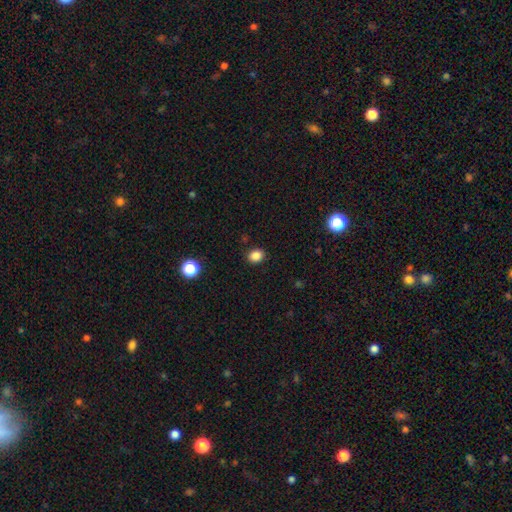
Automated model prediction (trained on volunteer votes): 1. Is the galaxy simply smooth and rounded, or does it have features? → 86% smooth, 11% star or artifact, 3% featured or disk.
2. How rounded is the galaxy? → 52% round, 47% in between, 1% cigar-shaped.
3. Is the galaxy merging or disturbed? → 89% none, 8% minor disturbance, 2% major disturbance, 1% merger.